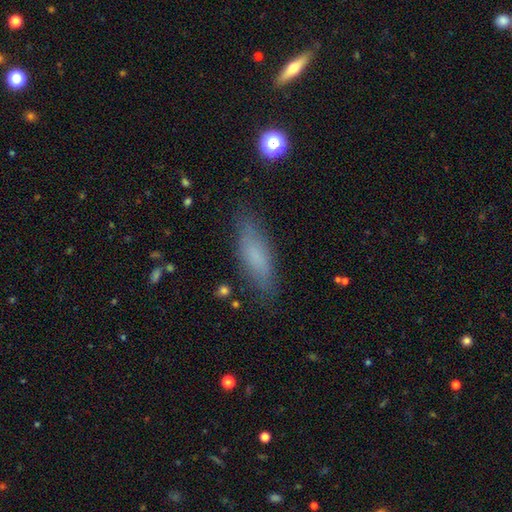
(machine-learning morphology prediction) Smooth or featured: smooth — 74% (featured or disk — 17%)
How rounded: in between — 49% (tied with cigar-shaped — 49%)
Merging: none — 82% (minor disturbance — 13%)